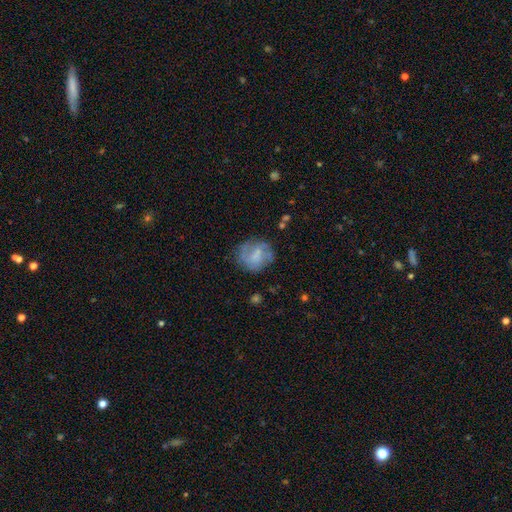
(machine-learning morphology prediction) Smooth or featured? Predicted: featured or disk (p=0.46). Merging? Predicted: none (p=0.64).